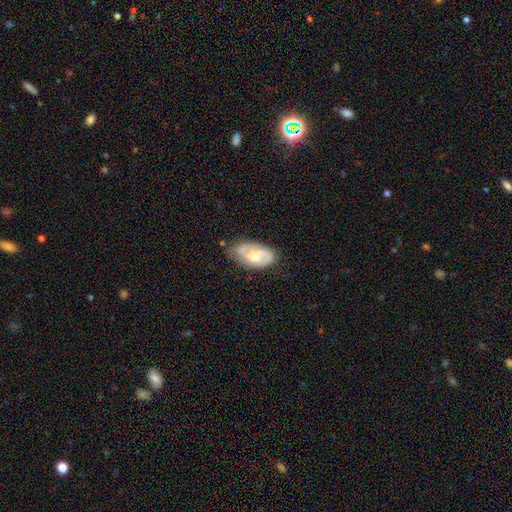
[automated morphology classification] Smooth or featured? featured or disk (60%)
Edge-on disk? no (95%)
Bar? no (66%)
Spiral arms? yes (83%)
Bulge size? moderate (49%)
Merging? none (53%)